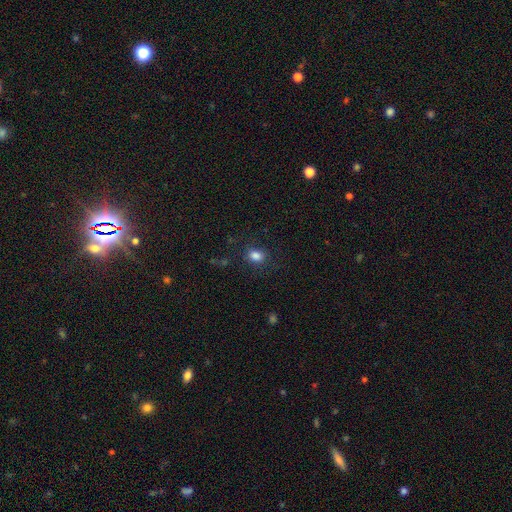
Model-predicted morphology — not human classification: Smooth or featured? Predicted: smooth (p=0.83). How rounded? Predicted: in between (p=0.52). Merging? Predicted: none (p=0.82).